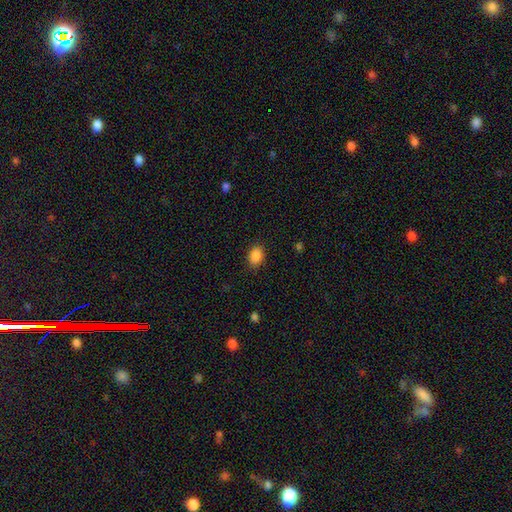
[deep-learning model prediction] This appears to be a smooth galaxy with no disk features (88%) that is in between round and cigar-shaped (75%). Merging: none (86%).